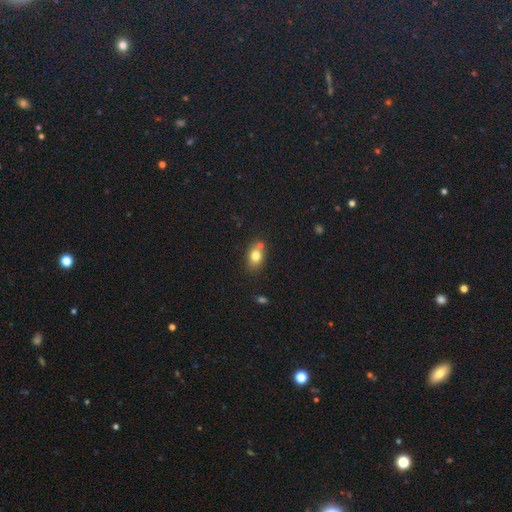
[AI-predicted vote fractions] A smooth galaxy with no disk features (78%) that is in between round and cigar-shaped (68%). Merging: none (63%).